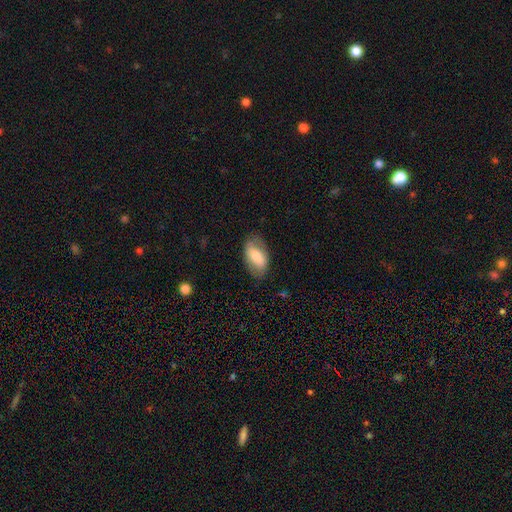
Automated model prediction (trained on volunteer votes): smooth_or_featured: smooth (p=0.62) [alt: featured or disk p=0.31]
how_rounded: in between (p=0.92) [alt: round p=0.05]
merging: none (p=0.76) [alt: minor disturbance p=0.17]